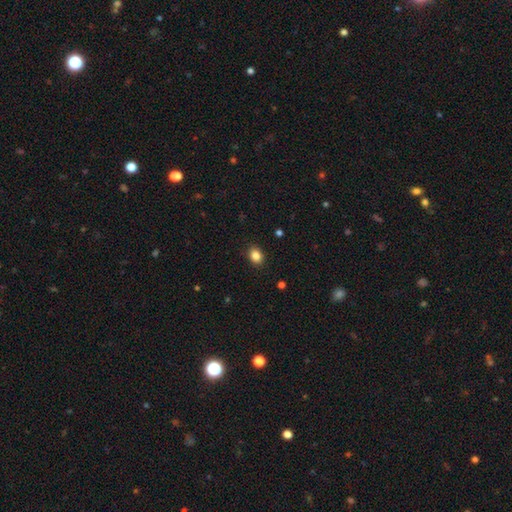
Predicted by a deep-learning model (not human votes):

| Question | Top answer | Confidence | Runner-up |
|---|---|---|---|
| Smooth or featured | smooth | 85% | star or artifact (10%) |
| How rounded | in between | 54% | round (45%) |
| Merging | none | 89% | minor disturbance (8%) |